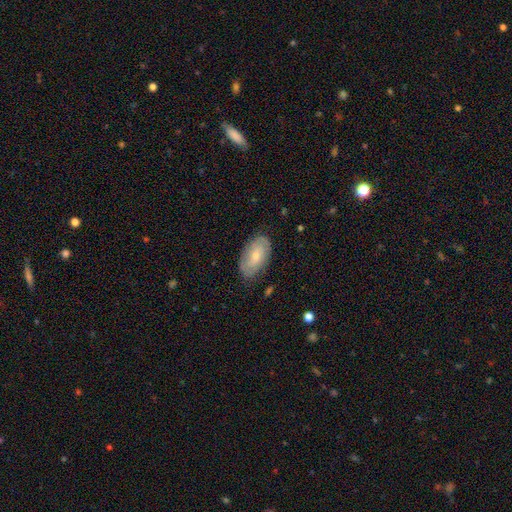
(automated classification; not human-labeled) This appears to be a featured or disk galaxy (57%) with no bar (59%), spiral arms (83%) and a small central bulge (57%). Merging: none (81%).